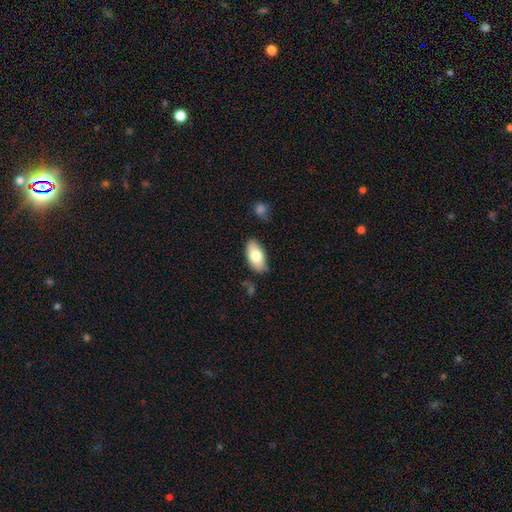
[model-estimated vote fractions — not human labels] Smooth or featured? smooth (77%)
How rounded? in between (93%)
Merging? none (80%)